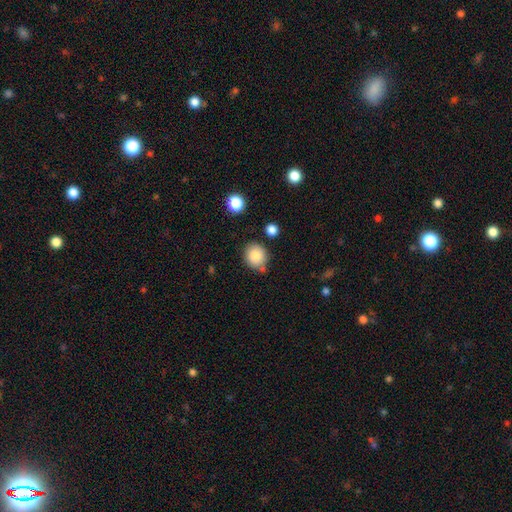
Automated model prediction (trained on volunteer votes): Morphology: type=smooth (85%); roundness=round (78%); merging=none (72%).